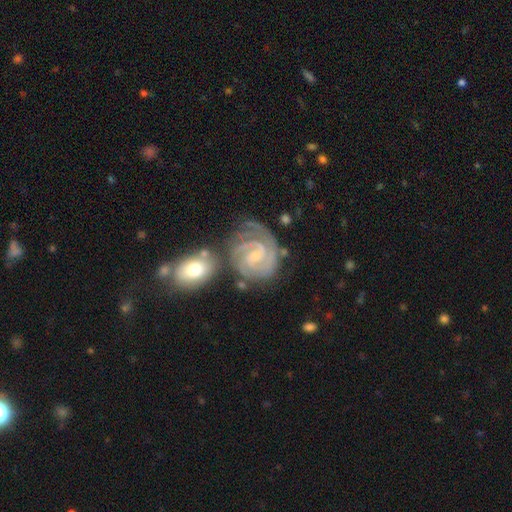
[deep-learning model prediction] This is clearly a featured or disk galaxy (90%). It is clearly not viewed edge-on (98%). Bar: possibly no (48%). Spiral arm pattern: clearly yes (98%). Spiral arm count: marginally 2 (40%). Spiral winding: likely tight (74%). Central bulge: likely small (72%). Merging: possibly none (55%).